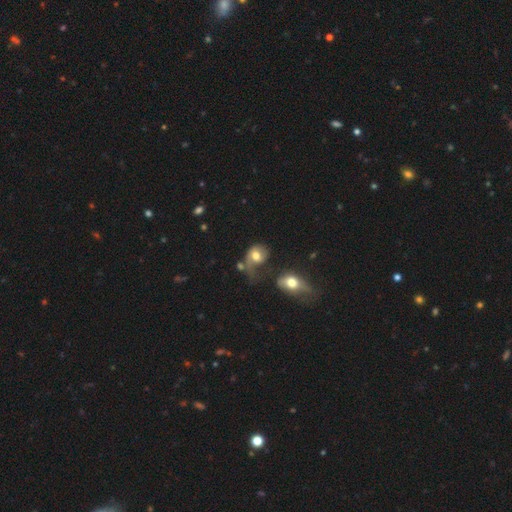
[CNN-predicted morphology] Overall: smooth (57%; featured or disk 34%). How rounded: in between (50%; round 49%). Merging: major disturbance (38%; merger 24%).